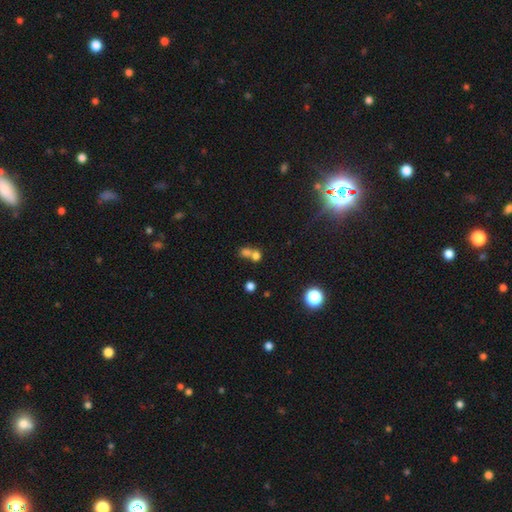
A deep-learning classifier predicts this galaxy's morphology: type=star or artifact (60%).